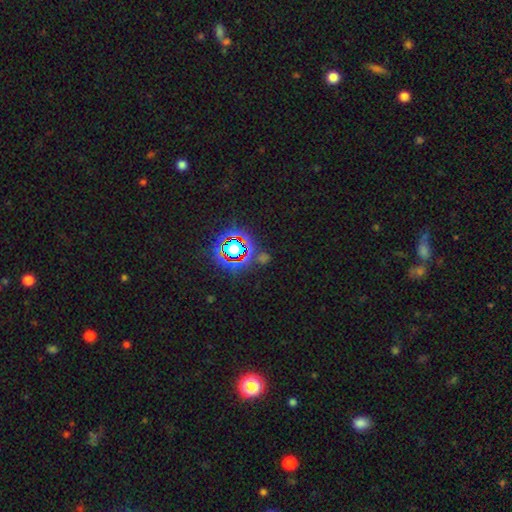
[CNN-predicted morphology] star or artifact 79%, smooth 13%, featured or disk 9%.